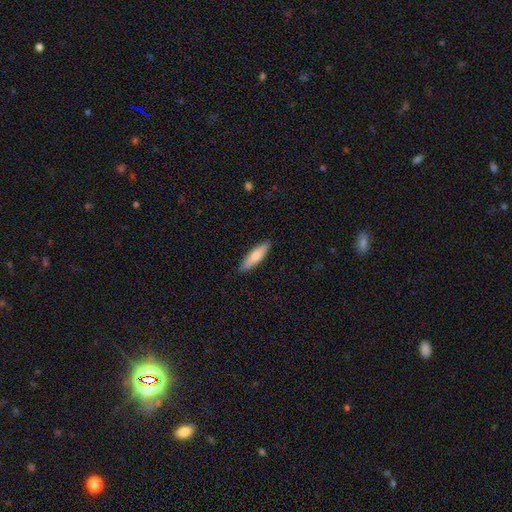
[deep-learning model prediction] Morphology: type=smooth (69%); roundness=cigar-shaped (71%); merging=none (90%).